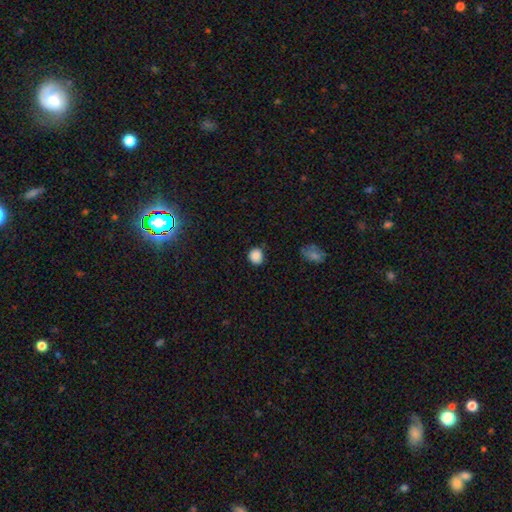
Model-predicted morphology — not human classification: Smooth or featured: smooth — 87% (star or artifact — 10%)
How rounded: round — 83% (in between — 16%)
Merging: none — 81% (minor disturbance — 13%)